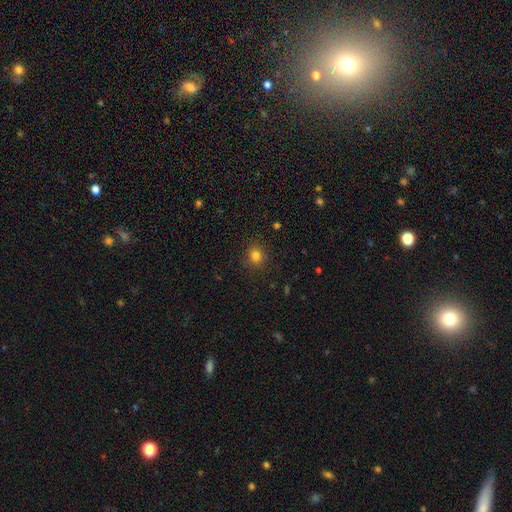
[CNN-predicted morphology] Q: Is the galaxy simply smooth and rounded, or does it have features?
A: smooth — 81%.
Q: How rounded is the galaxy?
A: round — 82%.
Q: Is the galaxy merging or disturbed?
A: none — 89%.